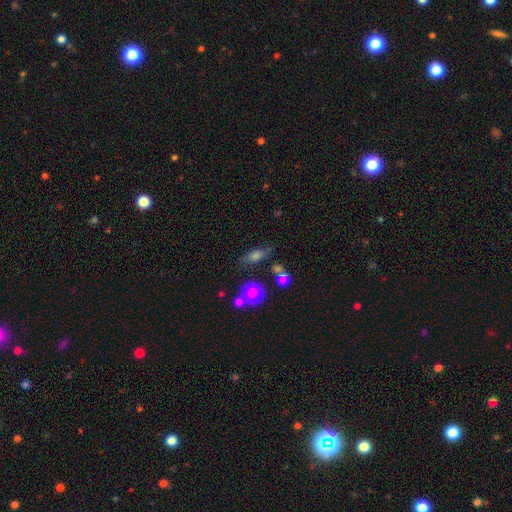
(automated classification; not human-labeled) The model was most divided on "how rounded": in between: 64%, round: 19%, cigar-shaped: 17%. More confident: smooth or featured — smooth (68%); merging — none (67%).